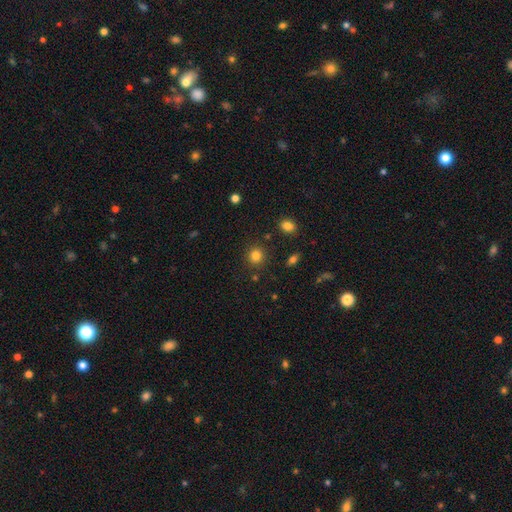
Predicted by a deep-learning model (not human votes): smooth-or-featured: smooth: 83% | star or artifact: 12% | featured or disk: 5%
  how-rounded: round: 88% | in between: 11% | cigar-shaped: 1%
  merging: none: 87% | minor disturbance: 7% | merger: 3% | major disturbance: 3%